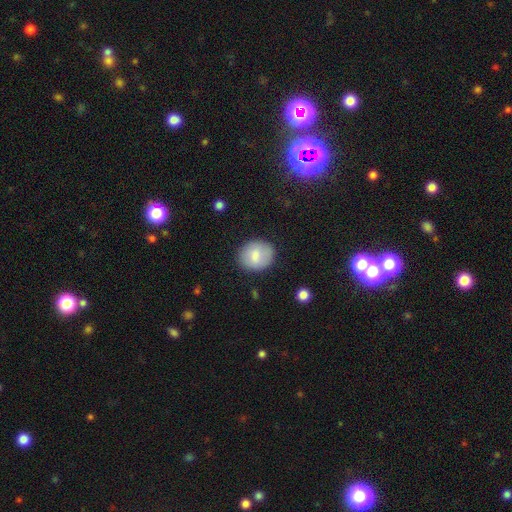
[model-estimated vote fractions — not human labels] smooth_or_featured: smooth (p=0.78) [alt: featured or disk p=0.15]
how_rounded: round (p=0.68) [alt: in between p=0.31]
merging: none (p=0.82) [alt: minor disturbance p=0.12]